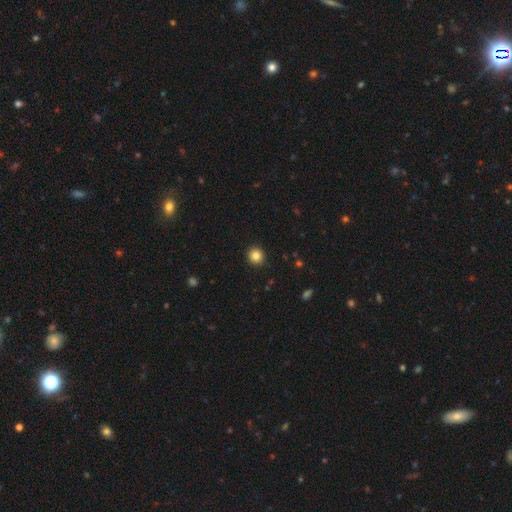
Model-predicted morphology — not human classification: smooth_or_featured: smooth (p=0.85) [alt: star or artifact p=0.11]
how_rounded: round (p=0.93) [alt: in between p=0.06]
merging: none (p=0.92) [alt: minor disturbance p=0.05]